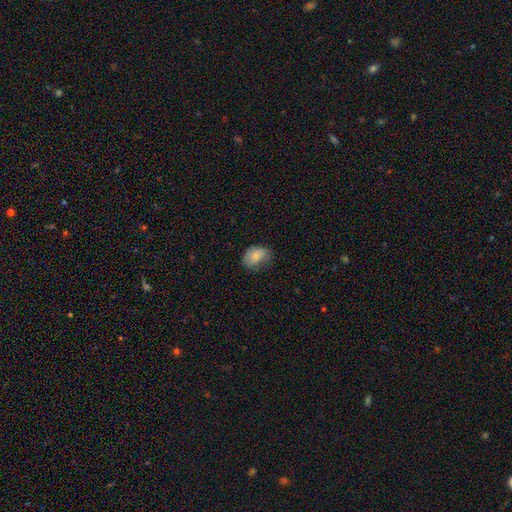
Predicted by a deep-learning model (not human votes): Smooth or featured: smooth — 81% (featured or disk — 11%)
How rounded: in between — 75% (round — 24%)
Merging: none — 58% (minor disturbance — 32%)